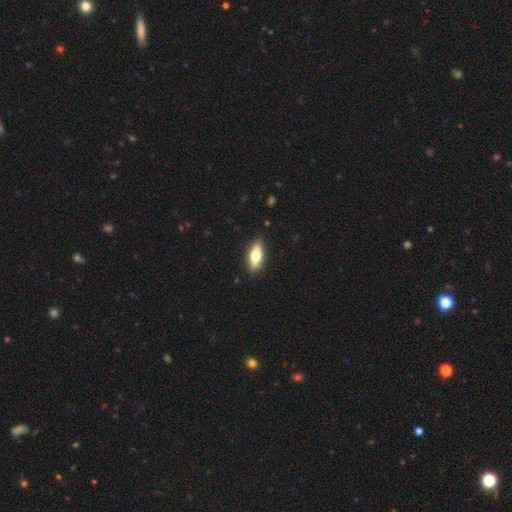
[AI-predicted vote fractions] Smooth or featured? smooth (69%)
How rounded? in between (70%)
Merging? none (87%)